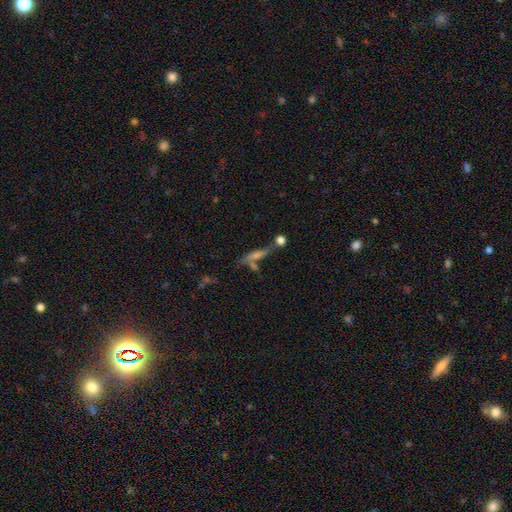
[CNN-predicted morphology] A featured or disk galaxy (38%). Merging: none (52%).